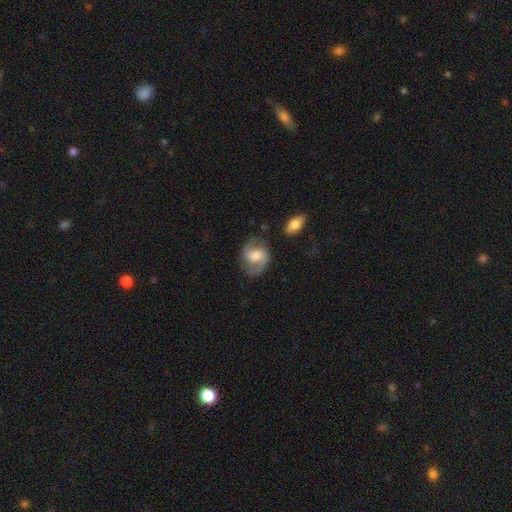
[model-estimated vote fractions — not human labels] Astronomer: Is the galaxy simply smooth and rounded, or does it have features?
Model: featured or disk — 67%.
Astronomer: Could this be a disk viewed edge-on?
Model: no — 97%.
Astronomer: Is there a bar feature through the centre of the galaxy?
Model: weak — 48% (runner-up: no, 37%).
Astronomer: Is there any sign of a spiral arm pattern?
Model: yes — 91%.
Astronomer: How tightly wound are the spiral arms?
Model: medium — 50% (runner-up: loose, 31%).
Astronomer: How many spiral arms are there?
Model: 2 — 87%.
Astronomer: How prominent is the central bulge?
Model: moderate — 56%.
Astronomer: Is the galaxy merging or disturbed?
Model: none — 73%.